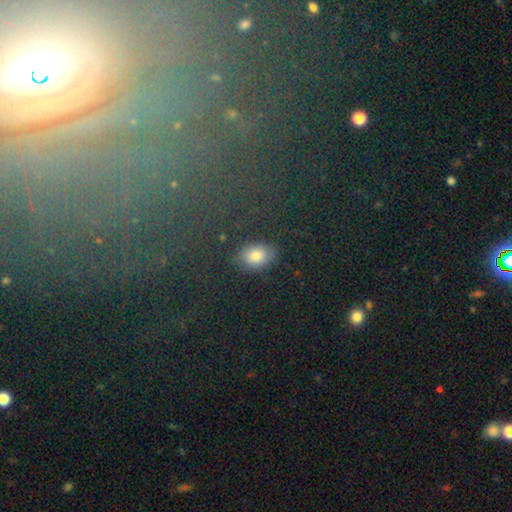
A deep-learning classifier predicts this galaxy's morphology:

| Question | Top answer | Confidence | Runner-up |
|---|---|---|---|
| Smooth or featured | smooth | 73% | star or artifact (15%) |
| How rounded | in between | 80% | round (18%) |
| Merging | none | 80% | minor disturbance (14%) |